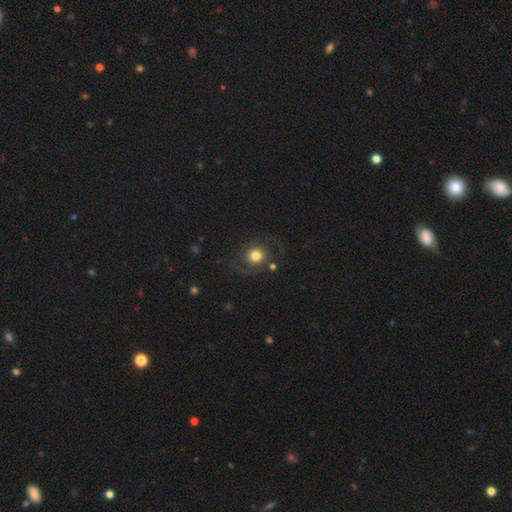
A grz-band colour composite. It shows a featured or disk galaxy (58%) with no bar (64%), 2 (93%) medium (73%) spiral arms (68%) and a moderate central bulge (55%). Merging: none (71%).